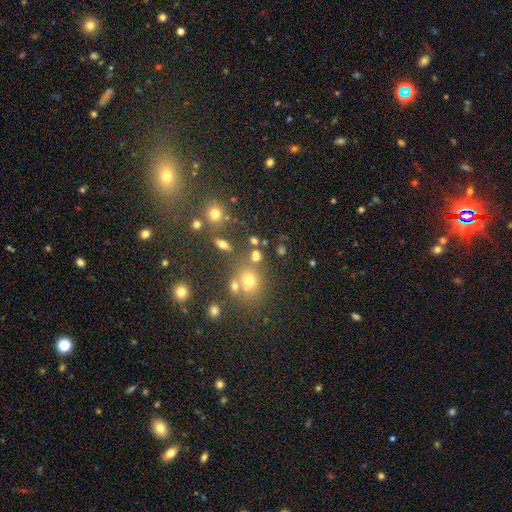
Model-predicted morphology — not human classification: The model was most divided on "how rounded": round: 65%, in between: 33%, cigar-shaped: 3%. More confident: smooth or featured — smooth (64%); merging — none (61%).